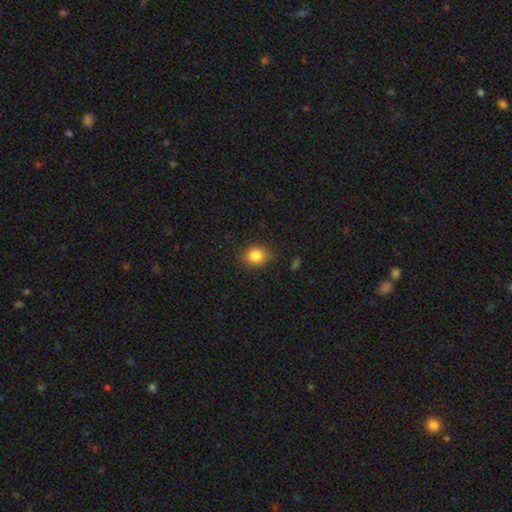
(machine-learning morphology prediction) A smooth galaxy with no disk features (84%) that is round (74%). Merging: none (84%).